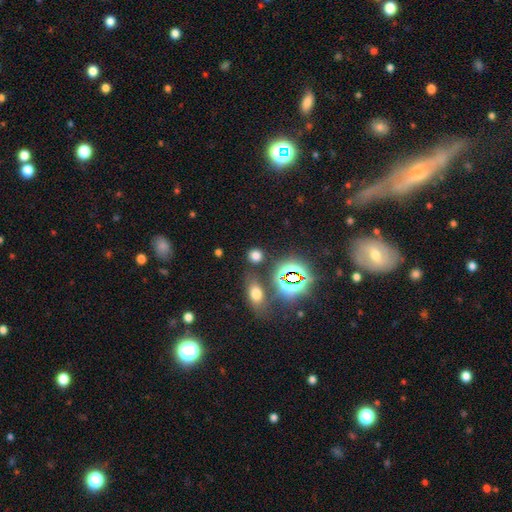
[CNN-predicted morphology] The model was most divided on "smooth or featured": smooth: 66%, star or artifact: 28%, featured or disk: 6%. More confident: merging — none (80%); how rounded — round (74%).